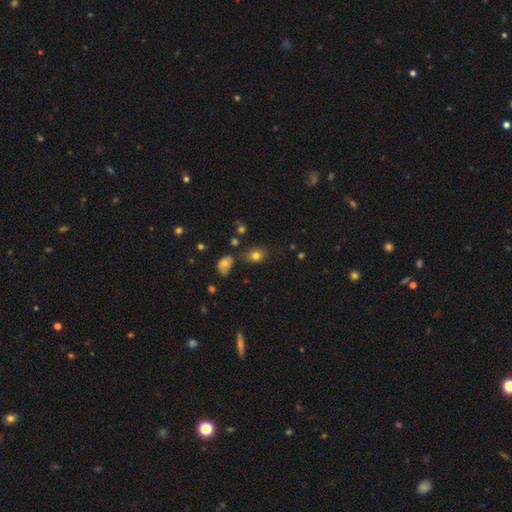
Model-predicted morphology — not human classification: A smooth galaxy with no disk features (78%) that is in between round and cigar-shaped (57%).

Vote fractions:
- Smooth or featured? smooth: 78% / star or artifact: 12% / featured or disk: 10%
- How rounded? in between: 57% / round: 42% / cigar-shaped: 1%
- Merging? none: 63% / minor disturbance: 21% / merger: 8% / major disturbance: 7%